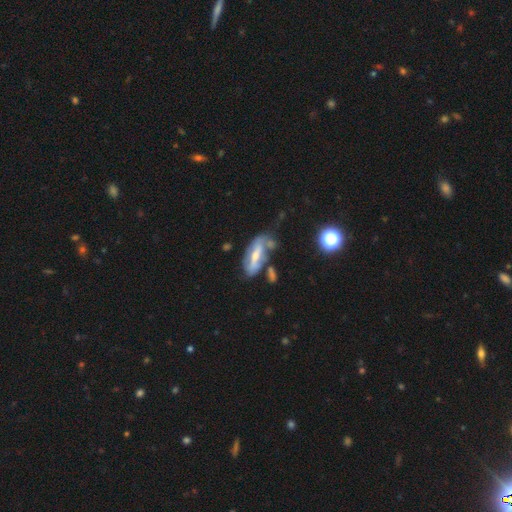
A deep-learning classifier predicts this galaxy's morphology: Smooth or featured: featured or disk — 62% (smooth — 31%)
Edge-on disk: no — 76% (yes — 24%)
Merging: none — 44% (minor disturbance — 26%)